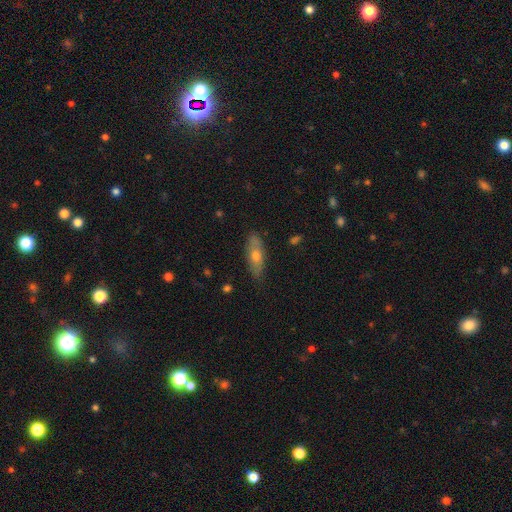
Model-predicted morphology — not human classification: smooth-or-featured: smooth: 54% | featured or disk: 39% | star or artifact: 7%
  how-rounded: in between: 55% | cigar-shaped: 41% | round: 4%
  merging: none: 82% | minor disturbance: 14% | major disturbance: 2% | merger: 1%